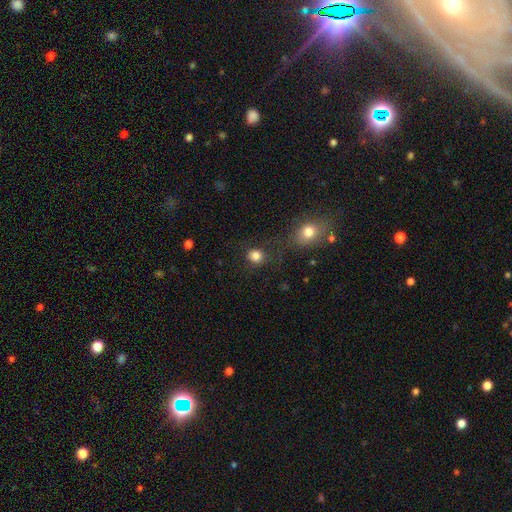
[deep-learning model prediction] The model was most divided on "merging": none: 76%, minor disturbance: 11%, merger: 7%, major disturbance: 6%. More confident: how rounded — round (85%); smooth or featured — smooth (83%).